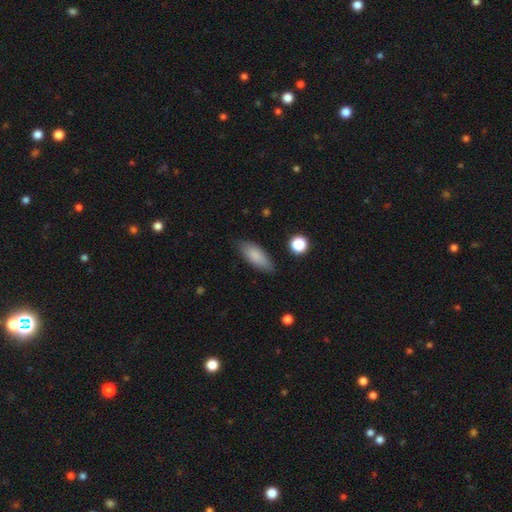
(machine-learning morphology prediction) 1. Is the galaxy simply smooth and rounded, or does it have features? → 85% smooth, 9% featured or disk, 7% star or artifact.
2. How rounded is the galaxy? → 74% in between, 23% cigar-shaped, 2% round.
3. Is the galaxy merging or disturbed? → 81% none, 14% minor disturbance, 3% major disturbance, 2% merger.